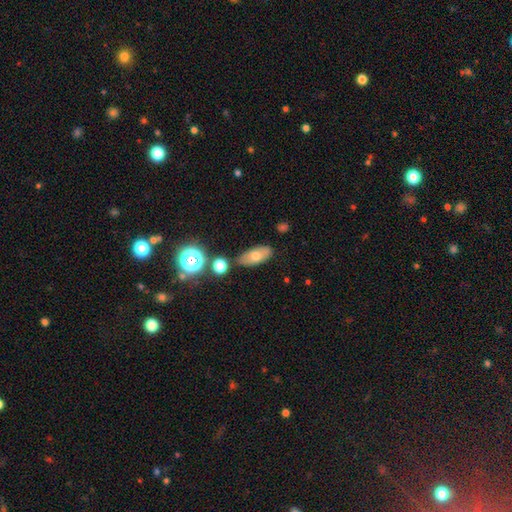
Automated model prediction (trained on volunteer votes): This is likely a smooth galaxy (67%). How rounded: clearly in between (82%). Merging: likely none (77%).